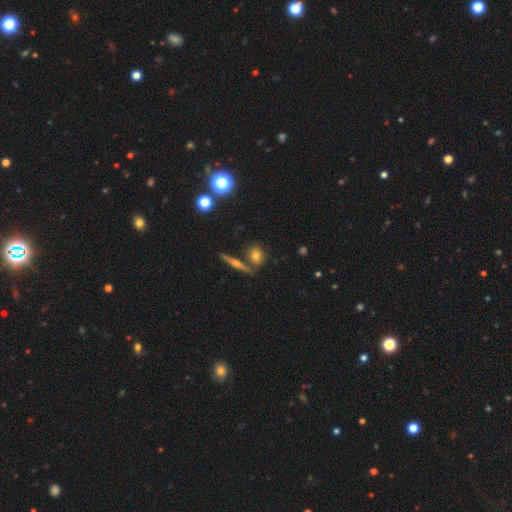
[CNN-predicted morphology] Smooth or featured: smooth — 67% (featured or disk — 21%)
How rounded: round — 58% (in between — 35%)
Merging: none — 72% (merger — 15%)